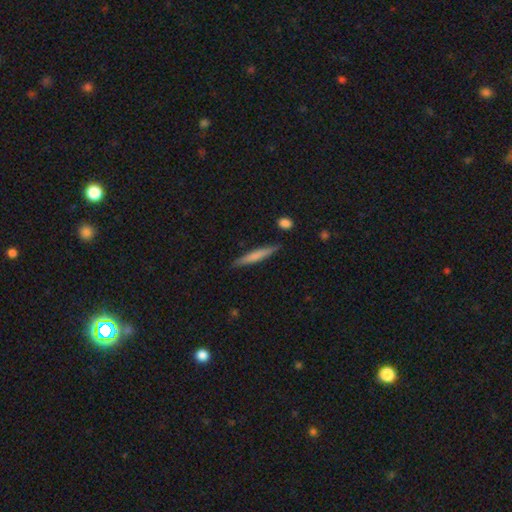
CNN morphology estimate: A smooth galaxy with no disk features (67%) that is cigar-shaped (94%).

Vote fractions:
- Smooth or featured? smooth: 67% / featured or disk: 27% / star or artifact: 6%
- How rounded? cigar-shaped: 94% / in between: 4% / round: 1%
- Merging? none: 86% / minor disturbance: 10% / merger: 2% / major disturbance: 2%